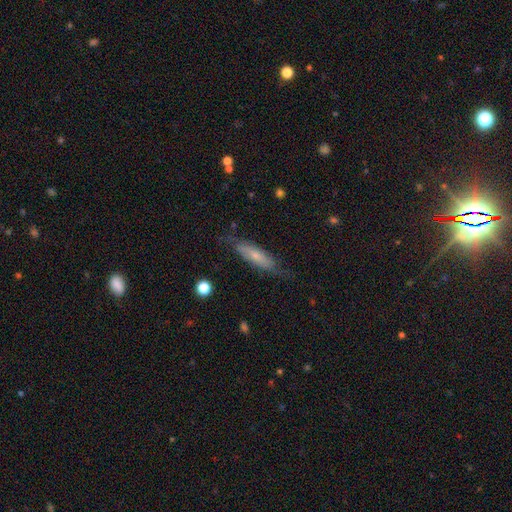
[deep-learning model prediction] A smooth galaxy with no disk features (49%). Merging: none (69%).